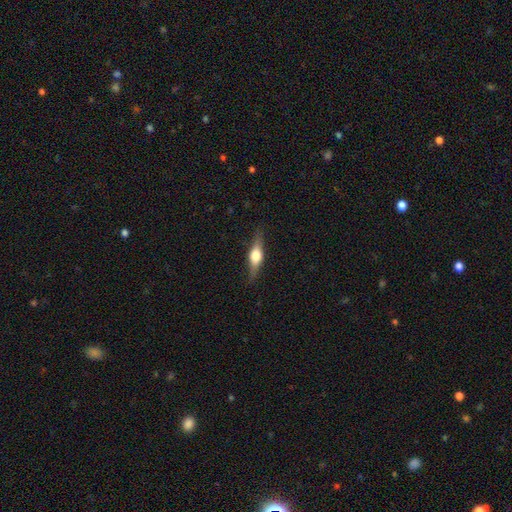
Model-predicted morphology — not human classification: Smooth or featured? Predicted: featured or disk (p=0.62). Edge-on disk? Predicted: yes (p=0.95). Edge-on bulge? Predicted: rounded (p=0.93). Merging? Predicted: none (p=0.85).